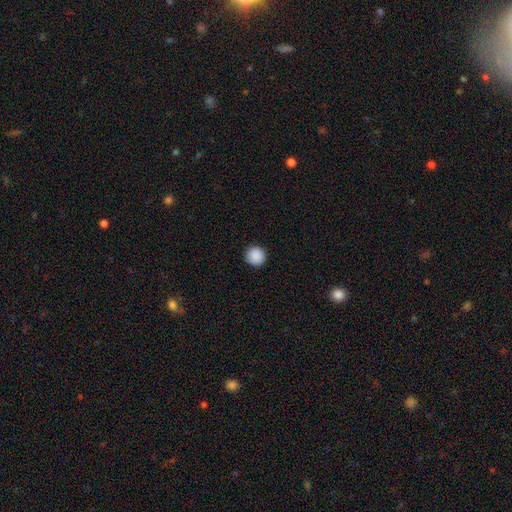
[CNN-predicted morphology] smooth_or_featured: smooth (p=0.90) [alt: star or artifact p=0.08]
how_rounded: round (p=0.95) [alt: in between p=0.04]
merging: none (p=0.92) [alt: minor disturbance p=0.05]